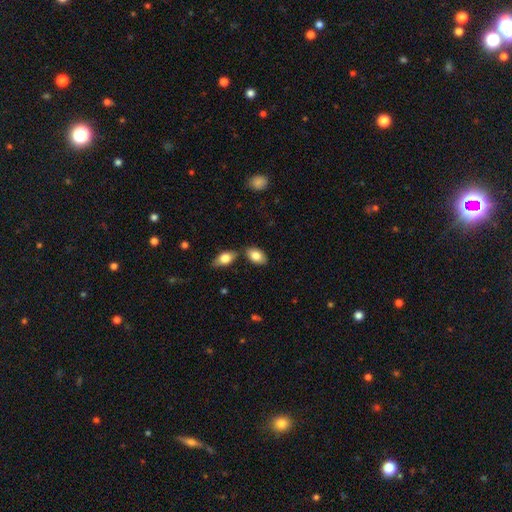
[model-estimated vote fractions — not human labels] Smooth or featured? smooth (83%)
How rounded? in between (92%)
Merging? none (71%)